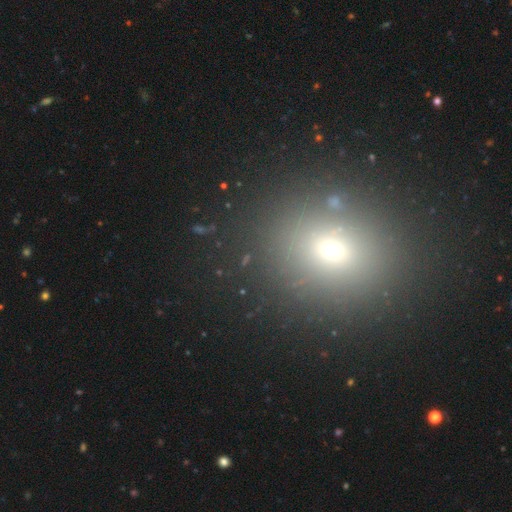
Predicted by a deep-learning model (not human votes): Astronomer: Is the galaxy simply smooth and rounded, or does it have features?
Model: smooth — 60%.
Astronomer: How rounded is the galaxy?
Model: round — 64%.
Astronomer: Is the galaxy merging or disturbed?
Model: none — 88%.